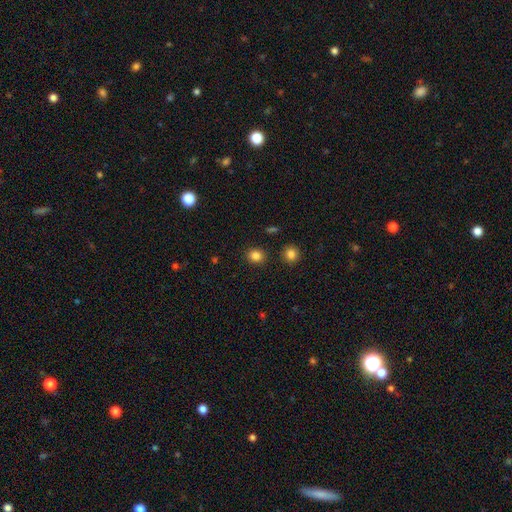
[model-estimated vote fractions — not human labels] The model was most divided on "how rounded": round: 76%, in between: 23%, cigar-shaped: 1%. More confident: merging — none (89%); smooth or featured — smooth (84%).